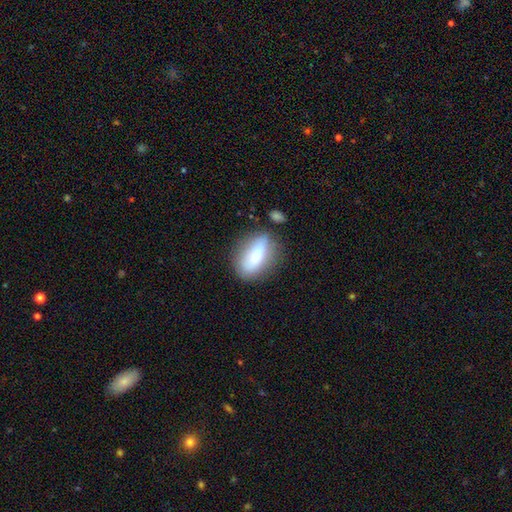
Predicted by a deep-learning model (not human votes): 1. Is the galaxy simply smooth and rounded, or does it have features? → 74% smooth, 19% featured or disk, 7% star or artifact.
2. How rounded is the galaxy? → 77% in between, 16% cigar-shaped, 7% round.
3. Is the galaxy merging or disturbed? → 69% none, 18% minor disturbance, 7% major disturbance, 6% merger.